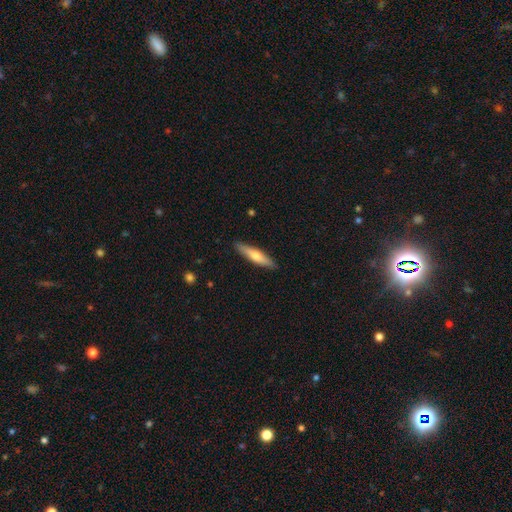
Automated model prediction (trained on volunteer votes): A smooth galaxy with no disk features (58%) that is cigar-shaped (83%).

Vote fractions:
- Smooth or featured? smooth: 58% / featured or disk: 36% / star or artifact: 6%
- How rounded? cigar-shaped: 83% / in between: 16% / round: 1%
- Merging? none: 90% / minor disturbance: 8% / major disturbance: 1% / merger: 1%